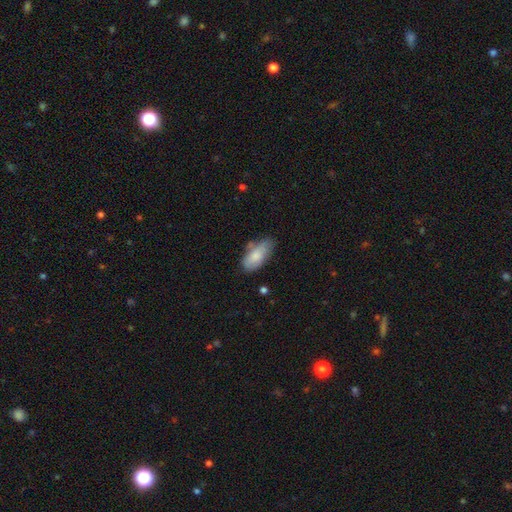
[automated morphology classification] smooth_or_featured: smooth (p=0.78) [alt: featured or disk p=0.16]
how_rounded: in between (p=0.90) [alt: cigar-shaped p=0.08]
merging: none (p=0.56) [alt: minor disturbance p=0.30]